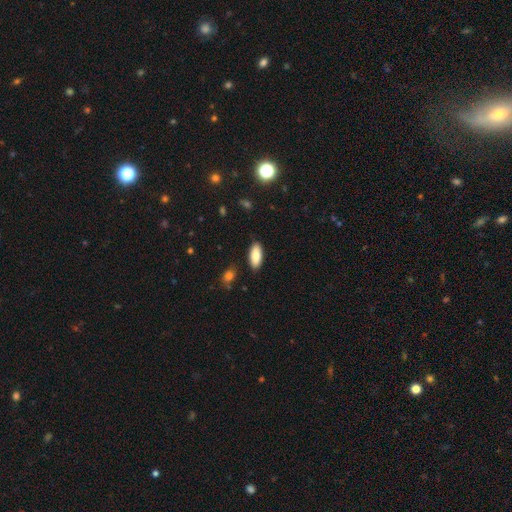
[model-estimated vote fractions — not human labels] This is clearly a smooth galaxy (85%). How rounded: clearly in between (84%). Merging: clearly none (87%).